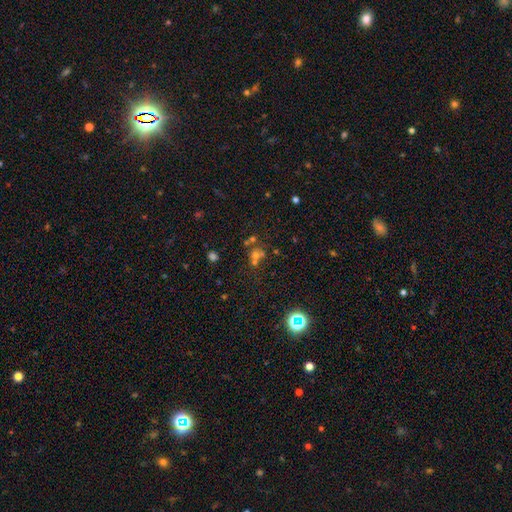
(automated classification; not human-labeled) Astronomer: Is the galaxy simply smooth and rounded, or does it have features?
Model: star or artifact — 42%, tied with smooth at 42%.